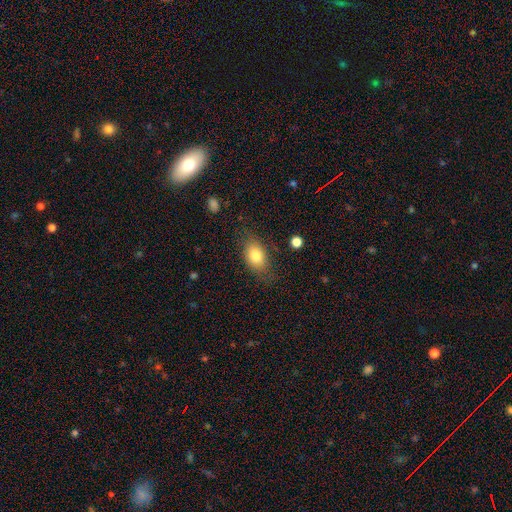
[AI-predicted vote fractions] A smooth galaxy with no disk features (79%) that is in between round and cigar-shaped (83%).

Vote fractions:
- Smooth or featured? smooth: 79% / featured or disk: 13% / star or artifact: 8%
- How rounded? in between: 83% / round: 15% / cigar-shaped: 2%
- Merging? none: 72% / minor disturbance: 19% / major disturbance: 7% / merger: 2%